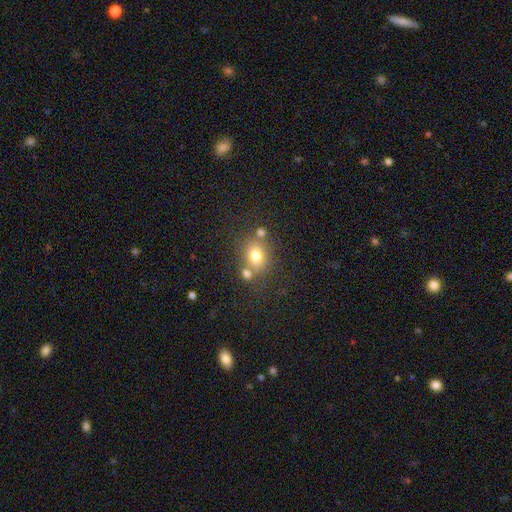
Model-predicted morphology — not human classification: Smooth or featured?
  - smooth: 75% *
  - star or artifact: 13%
  - featured or disk: 11%
How rounded?
  - round: 58% *
  - in between: 41%
  - cigar-shaped: 1%
Merging?
  - none: 62% *
  - merger: 21%
  - minor disturbance: 12%
  - major disturbance: 5%